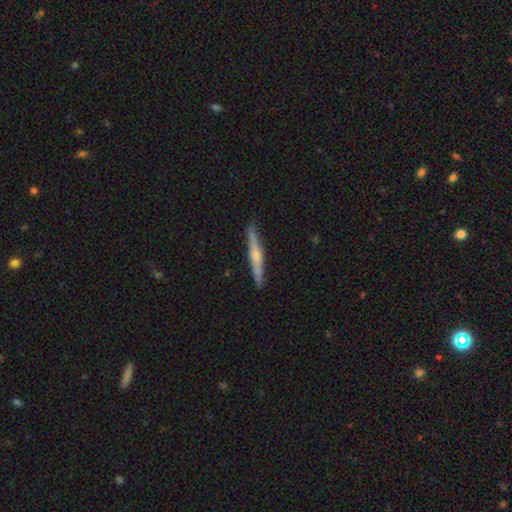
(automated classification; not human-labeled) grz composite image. It shows a featured or disk galaxy (58%) viewed edge-on (97%) with a rounded central bulge (68%). Merging: none (88%).